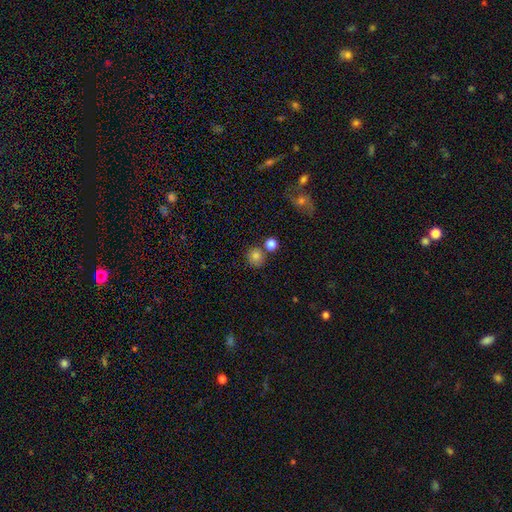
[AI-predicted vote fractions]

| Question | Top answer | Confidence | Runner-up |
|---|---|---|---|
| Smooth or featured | smooth | 79% | star or artifact (13%) |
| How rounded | round | 89% | in between (10%) |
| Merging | none | 73% | merger (14%) |